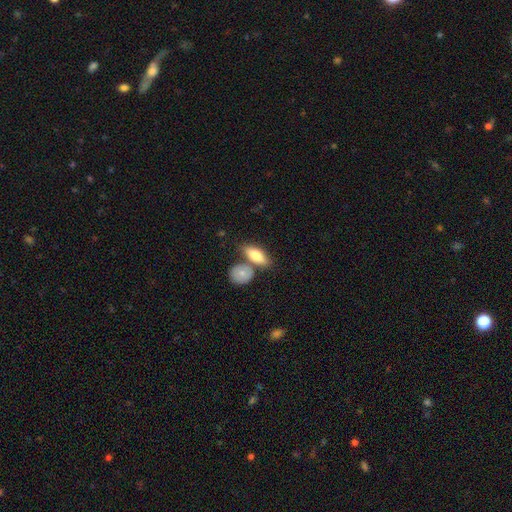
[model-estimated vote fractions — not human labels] A smooth galaxy with no disk features (76%) that is in between round and cigar-shaped (79%). Merging: none (53%).